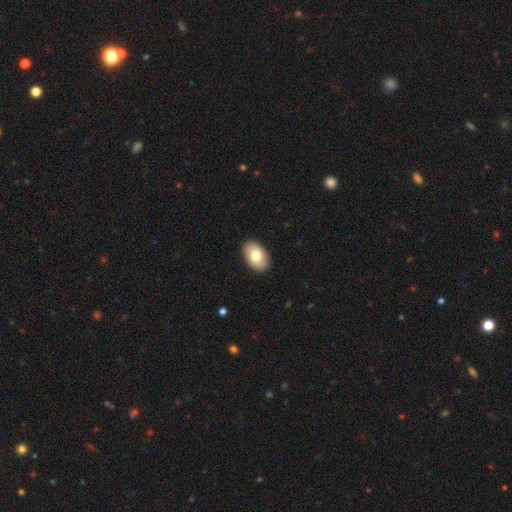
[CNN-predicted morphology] Overall: smooth (78%). How rounded: in between (89%). Merging: none (90%).